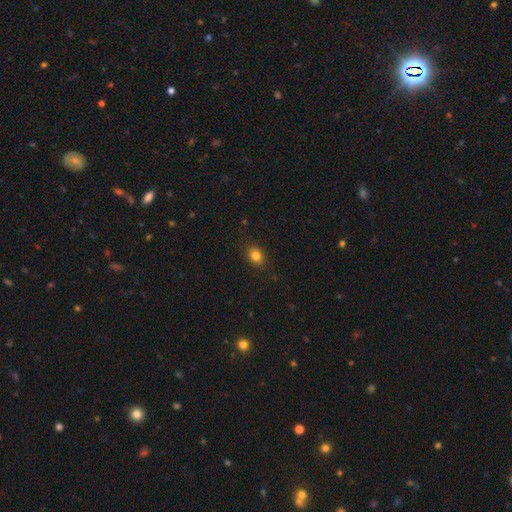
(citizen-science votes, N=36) This is clearly a smooth galaxy (86%). How rounded: likely round (61%). Merging: clearly none (83%).